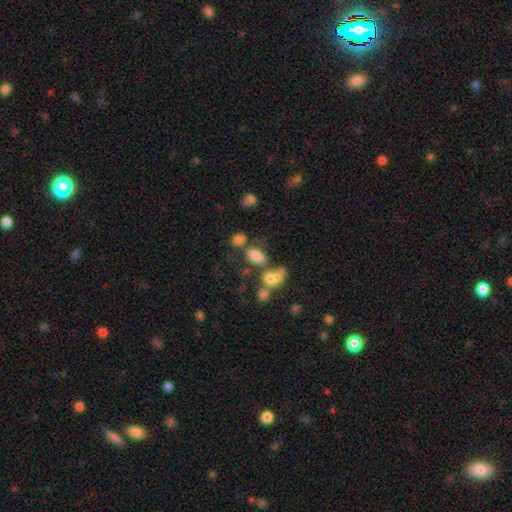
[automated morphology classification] smooth-or-featured: smooth: 75% | star or artifact: 13% | featured or disk: 12%
  how-rounded: in between: 86% | round: 12% | cigar-shaped: 2%
  merging: none: 47% | merger: 30% | minor disturbance: 15% | major disturbance: 8%